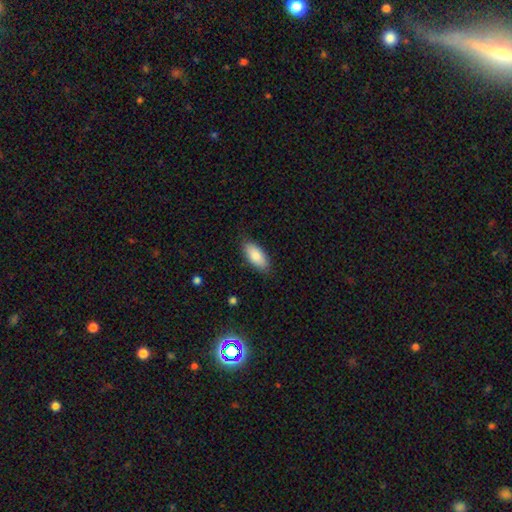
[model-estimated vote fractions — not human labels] Morphology: type=smooth (84%); roundness=in between (87%); merging=none (84%).